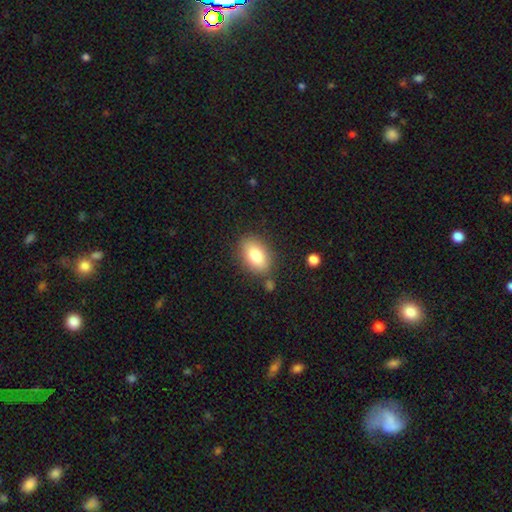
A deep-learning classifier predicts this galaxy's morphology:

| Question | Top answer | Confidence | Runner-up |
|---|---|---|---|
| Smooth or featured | smooth | 81% | featured or disk (11%) |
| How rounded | in between | 88% | round (10%) |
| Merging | none | 80% | minor disturbance (12%) |